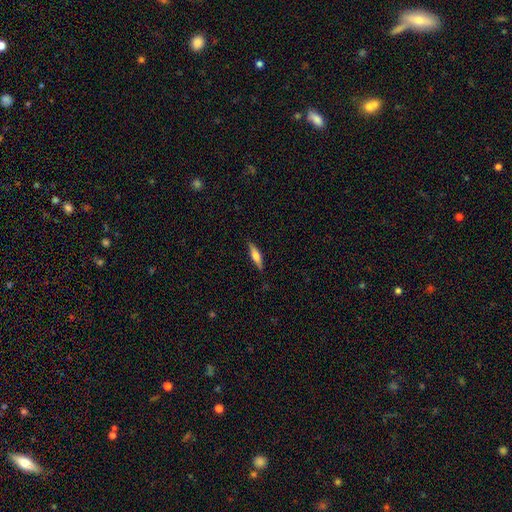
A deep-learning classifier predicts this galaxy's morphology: Smooth or featured: smooth — 55% (featured or disk — 38%)
How rounded: cigar-shaped — 70% (in between — 27%)
Merging: none — 85% (minor disturbance — 12%)